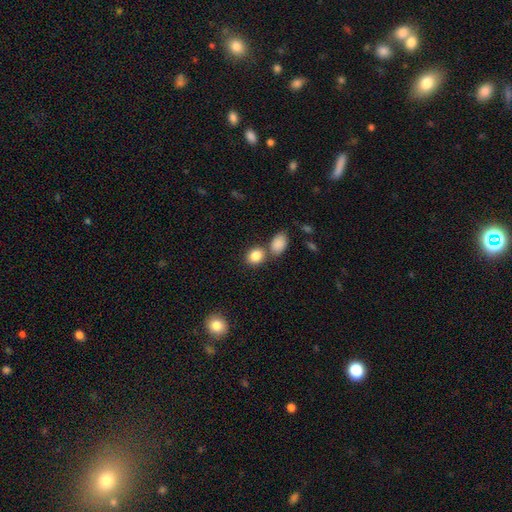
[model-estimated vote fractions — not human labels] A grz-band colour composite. It shows a smooth galaxy with no disk features (86%) that is round (50%). Merging: none (59%).